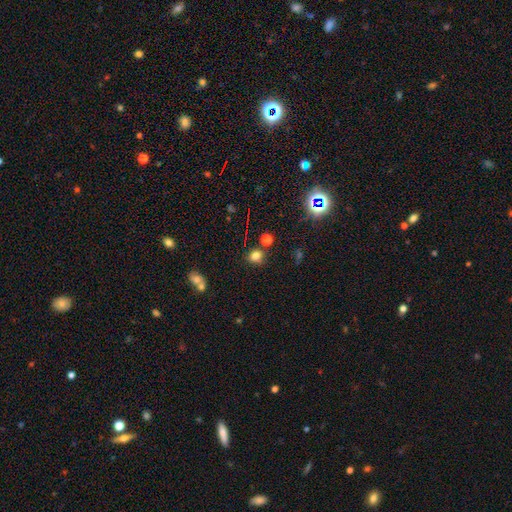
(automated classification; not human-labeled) smooth 76%, star or artifact 18%, featured or disk 7%. Down the decision tree: how rounded — round (71%); merging — none (76%).